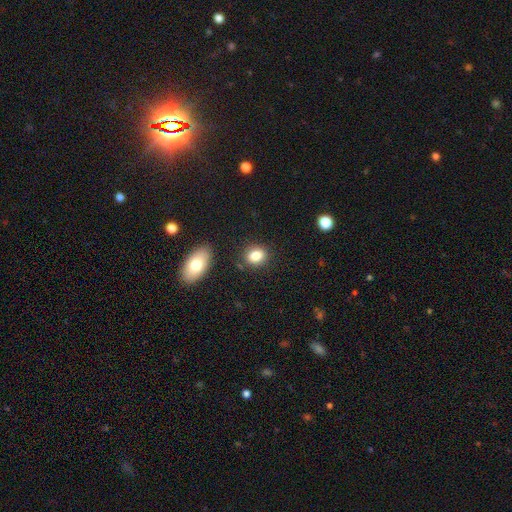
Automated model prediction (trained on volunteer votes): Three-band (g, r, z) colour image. It shows a smooth galaxy with no disk features (83%) that is in between round and cigar-shaped (51%). Merging: none (82%).